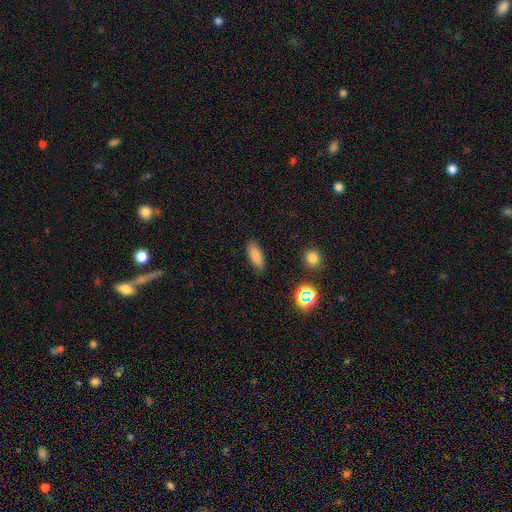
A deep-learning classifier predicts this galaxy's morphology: Overall: smooth (84%). How rounded: in between (74%). Merging: none (86%).